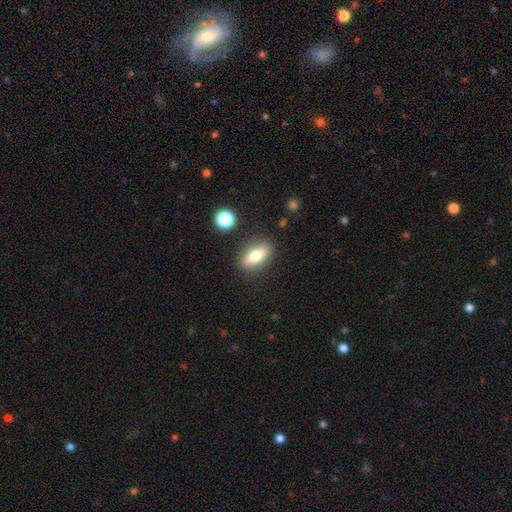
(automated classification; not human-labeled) A smooth galaxy with no disk features (71%) that is in between round and cigar-shaped (76%).

Vote fractions:
- Smooth or featured? smooth: 71% / featured or disk: 21% / star or artifact: 8%
- How rounded? in between: 76% / cigar-shaped: 17% / round: 7%
- Merging? none: 85% / minor disturbance: 10% / major disturbance: 3% / merger: 2%